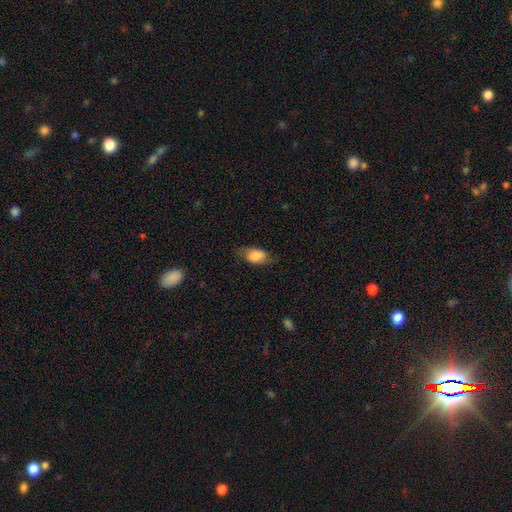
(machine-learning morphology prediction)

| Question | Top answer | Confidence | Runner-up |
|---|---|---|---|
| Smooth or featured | smooth | 78% | featured or disk (14%) |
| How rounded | in between | 88% | round (7%) |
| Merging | none | 68% | minor disturbance (22%) |